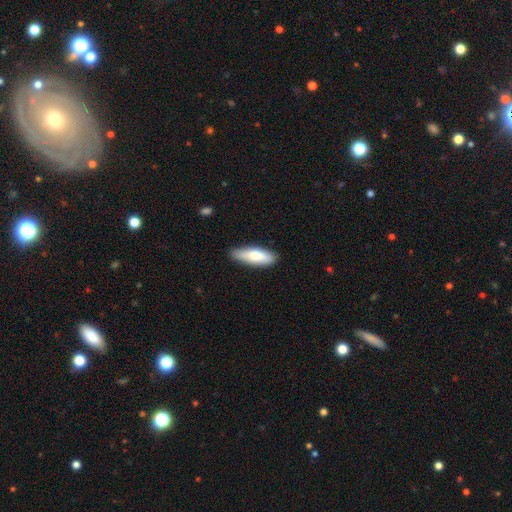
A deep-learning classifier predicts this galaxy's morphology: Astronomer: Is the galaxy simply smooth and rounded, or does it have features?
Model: smooth — 77%.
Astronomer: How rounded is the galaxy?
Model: in between — 51% (runner-up: cigar-shaped, 47%).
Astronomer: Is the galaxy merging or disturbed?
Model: none — 85%.